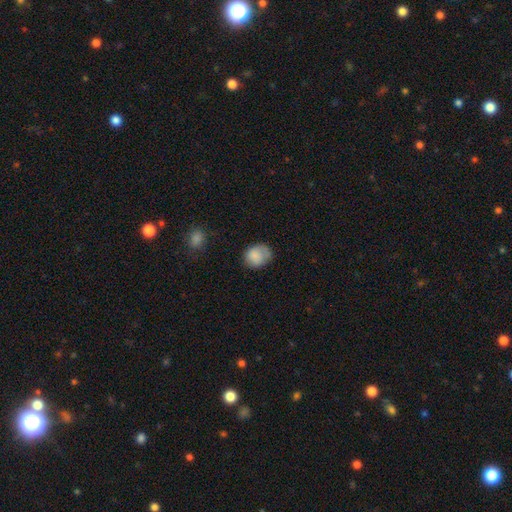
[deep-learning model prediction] Smooth or featured: smooth — 84% (star or artifact — 8%)
How rounded: round — 60% (in between — 39%)
Merging: none — 62% (minor disturbance — 27%)